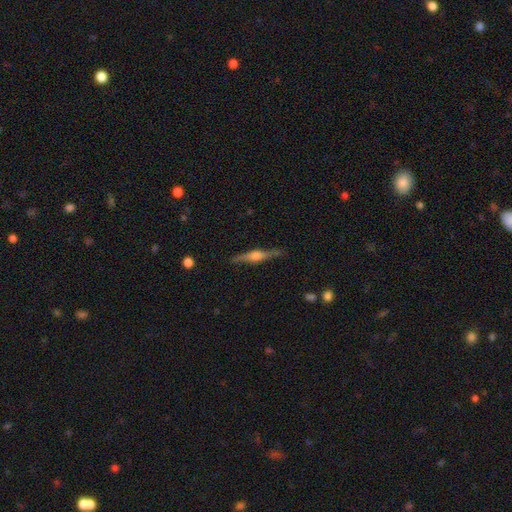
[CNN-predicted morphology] A featured or disk galaxy (77%) viewed edge-on (98%) with a rounded central bulge (81%). Merging: none (88%).